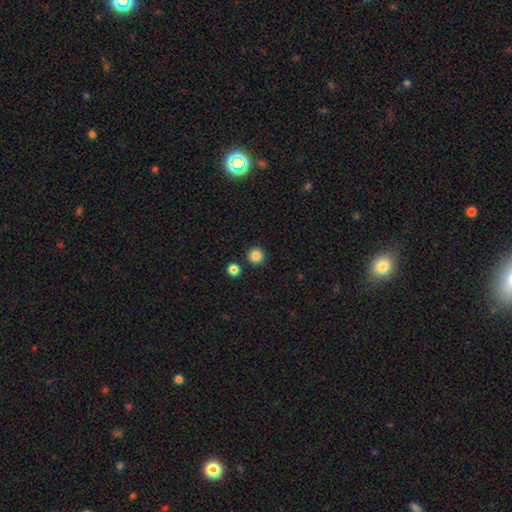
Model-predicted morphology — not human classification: Smooth or featured?
  - smooth: 85% *
  - star or artifact: 11%
  - featured or disk: 4%
How rounded?
  - round: 96% *
  - in between: 3%
  - cigar-shaped: 1%
Merging?
  - none: 90% *
  - minor disturbance: 5%
  - merger: 4%
  - major disturbance: 2%